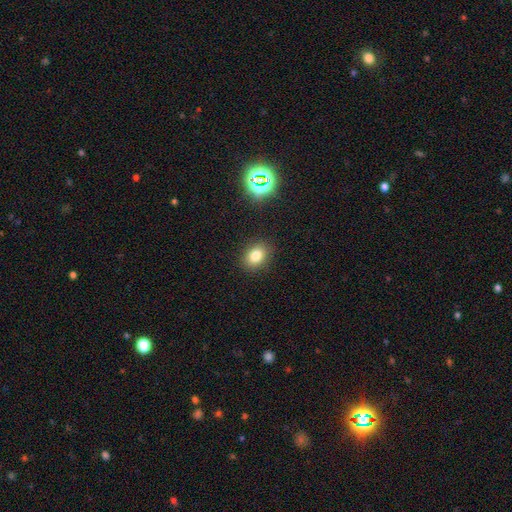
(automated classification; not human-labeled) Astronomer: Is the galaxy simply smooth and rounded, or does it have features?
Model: smooth — 79%.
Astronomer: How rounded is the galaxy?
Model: in between — 64%.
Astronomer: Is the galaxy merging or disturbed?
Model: none — 88%.